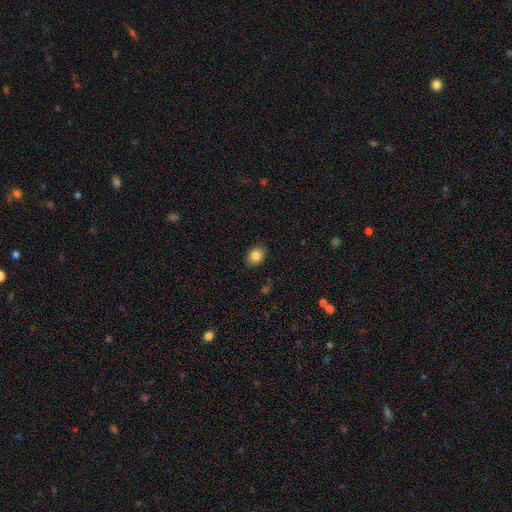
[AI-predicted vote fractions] This is clearly a smooth galaxy (83%). How rounded: possibly in between (57%). Merging: clearly none (88%).